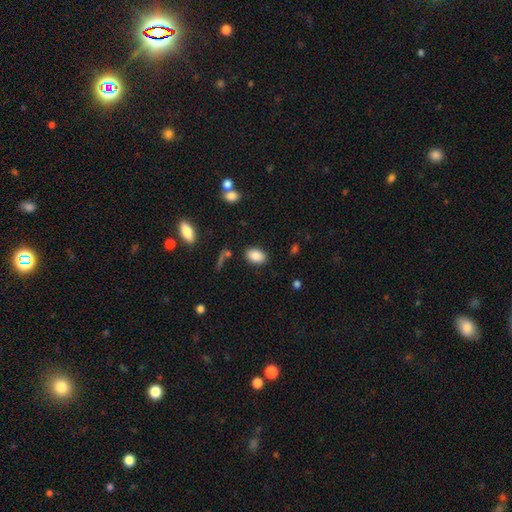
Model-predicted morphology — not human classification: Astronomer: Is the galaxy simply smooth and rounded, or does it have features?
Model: smooth — 86%.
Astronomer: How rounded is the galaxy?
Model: in between — 86%.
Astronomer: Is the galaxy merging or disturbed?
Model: none — 84%.